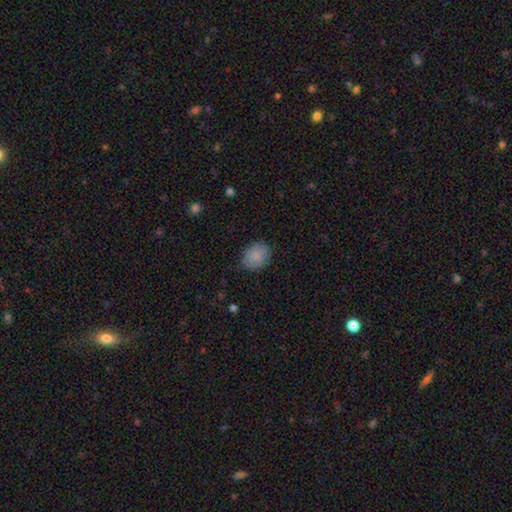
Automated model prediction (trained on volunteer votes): smooth_or_featured: smooth (p=0.86) [alt: star or artifact p=0.08]
how_rounded: round (p=0.53) [alt: in between p=0.46]
merging: none (p=0.79) [alt: minor disturbance p=0.17]